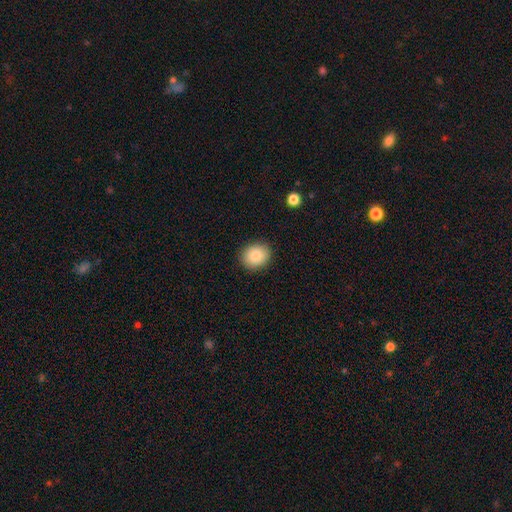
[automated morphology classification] Smooth or featured?
  - smooth: 86% *
  - star or artifact: 8%
  - featured or disk: 6%
How rounded?
  - round: 67% *
  - in between: 32%
  - cigar-shaped: 1%
Merging?
  - none: 89% *
  - minor disturbance: 8%
  - major disturbance: 2%
  - merger: 1%